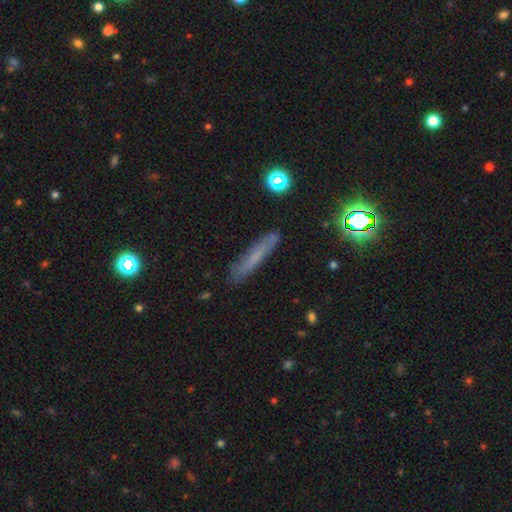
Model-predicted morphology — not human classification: A smooth galaxy with no disk features (54%) that is cigar-shaped (91%). Merging: none (82%).